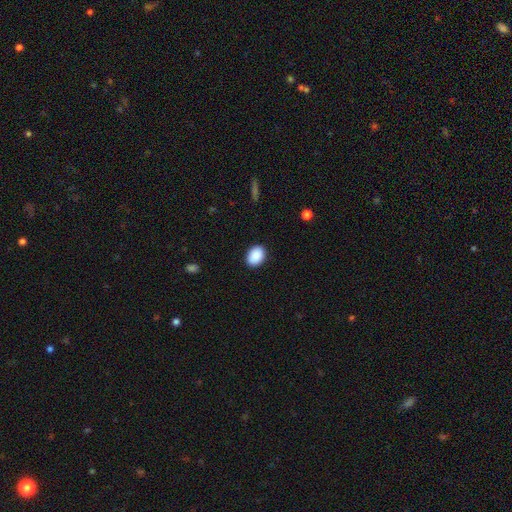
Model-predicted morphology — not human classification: smooth 90%, star or artifact 7%, featured or disk 3%. Down the decision tree: how rounded — in between (76%); merging — none (89%).